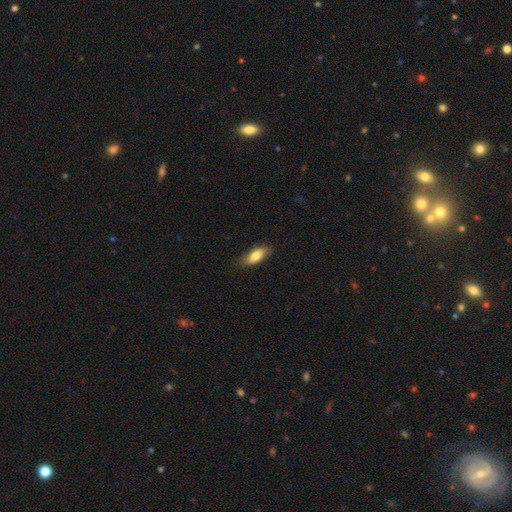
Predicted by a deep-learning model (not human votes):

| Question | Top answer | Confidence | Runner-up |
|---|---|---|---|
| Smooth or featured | smooth | 79% | featured or disk (14%) |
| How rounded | in between | 78% | cigar-shaped (19%) |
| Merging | none | 79% | minor disturbance (16%) |